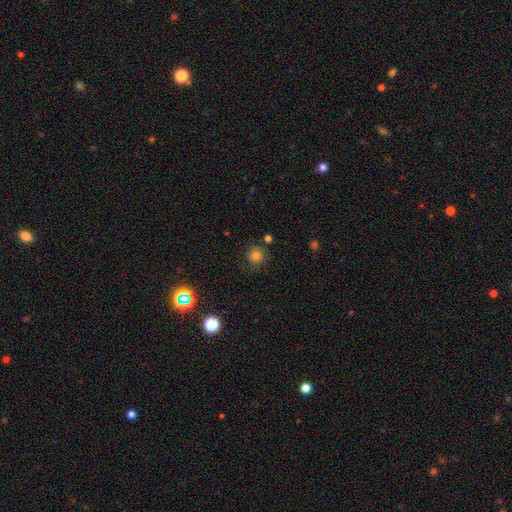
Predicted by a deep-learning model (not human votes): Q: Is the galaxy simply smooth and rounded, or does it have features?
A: smooth — 76%.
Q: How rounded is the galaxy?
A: round — 92%.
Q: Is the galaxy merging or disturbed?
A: none — 81%.